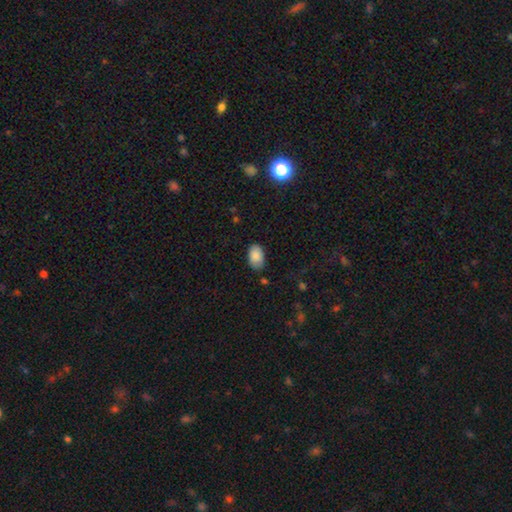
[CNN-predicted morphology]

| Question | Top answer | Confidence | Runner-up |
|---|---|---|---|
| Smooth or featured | smooth | 88% | star or artifact (7%) |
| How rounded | in between | 92% | round (6%) |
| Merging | none | 82% | minor disturbance (14%) |